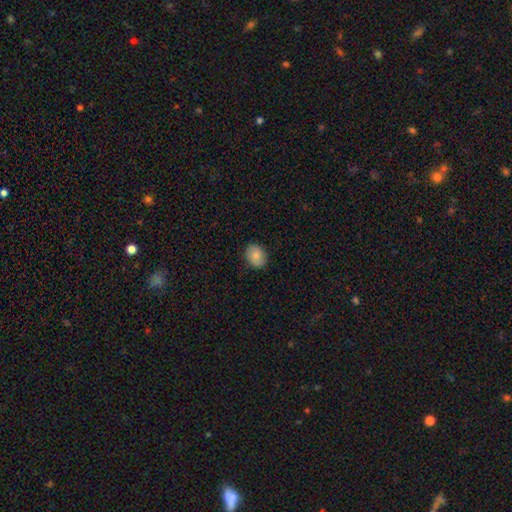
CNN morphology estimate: A smooth galaxy with no disk features (81%) that is in between round and cigar-shaped (58%). Merging: none (84%).